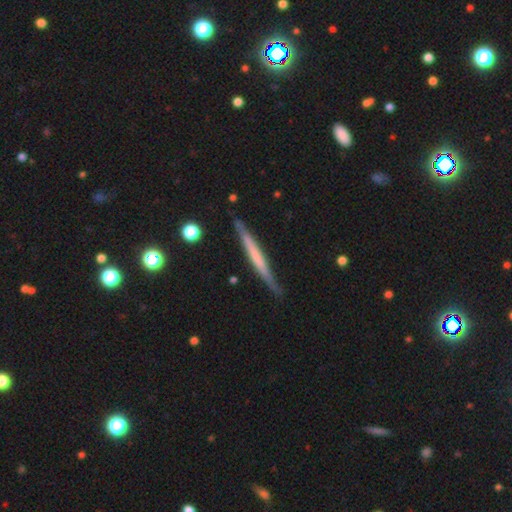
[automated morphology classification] Smooth or featured?
  - featured or disk: 55% *
  - smooth: 39%
  - star or artifact: 5%
Edge-on disk?
  - yes: 97% *
  - no: 3%
Edge-on bulge?
  - none: 76% *
  - boxy: 12%
  - rounded: 12%
Merging?
  - none: 86% *
  - minor disturbance: 11%
  - major disturbance: 2%
  - merger: 2%